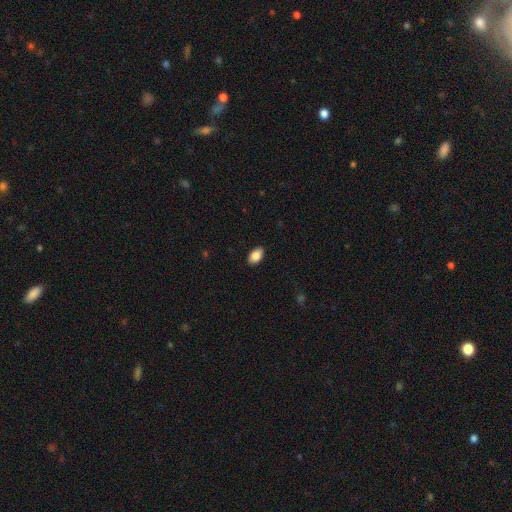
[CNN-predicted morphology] Smooth or featured? smooth (87%)
How rounded? in between (92%)
Merging? none (88%)